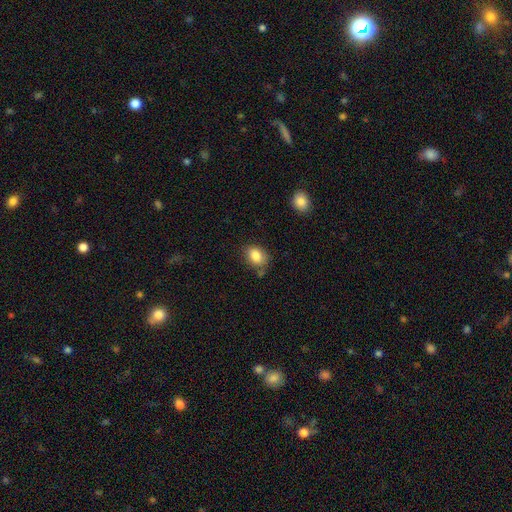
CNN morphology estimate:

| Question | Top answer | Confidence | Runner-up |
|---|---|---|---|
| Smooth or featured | smooth | 85% | star or artifact (8%) |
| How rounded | in between | 71% | round (27%) |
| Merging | none | 70% | minor disturbance (19%) |